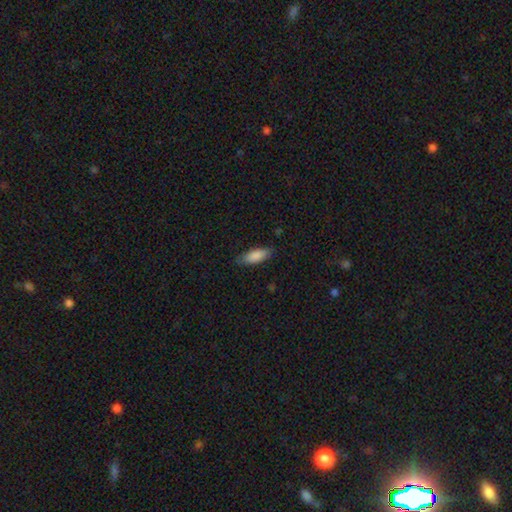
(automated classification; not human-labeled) Morphology: type=smooth (87%); roundness=in between (71%); merging=none (81%).